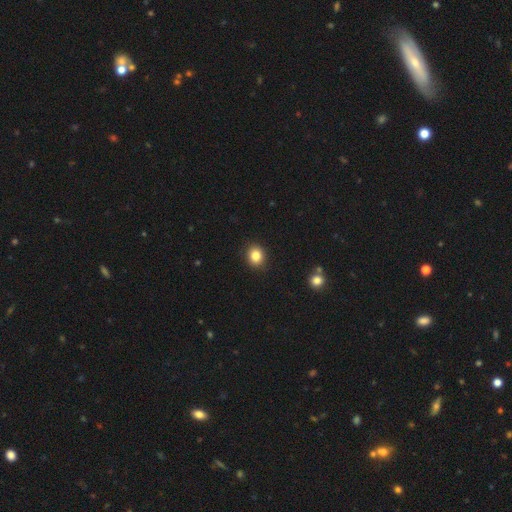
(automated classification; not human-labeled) Smooth or featured?
  - smooth: 84% *
  - star or artifact: 11%
  - featured or disk: 5%
How rounded?
  - round: 71% *
  - in between: 28%
  - cigar-shaped: 1%
Merging?
  - none: 91% *
  - minor disturbance: 7%
  - major disturbance: 2%
  - merger: 1%